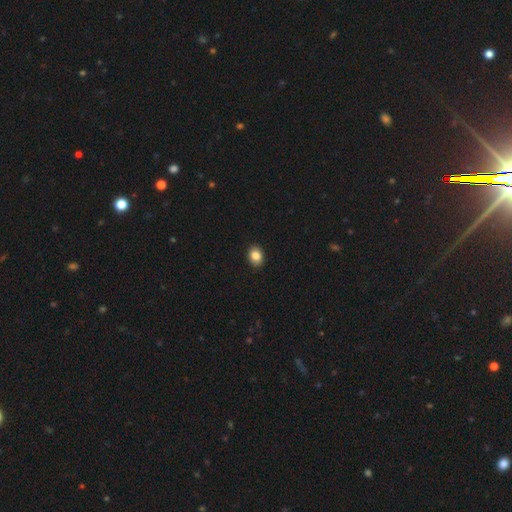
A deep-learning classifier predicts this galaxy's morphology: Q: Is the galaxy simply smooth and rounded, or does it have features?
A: smooth — 86%.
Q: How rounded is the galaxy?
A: in between — 59%.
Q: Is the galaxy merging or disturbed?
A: none — 91%.